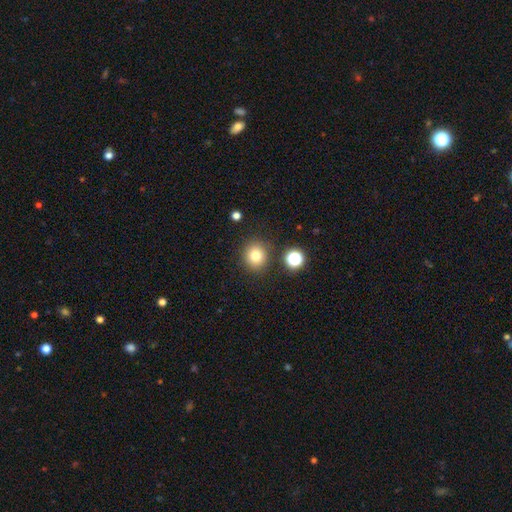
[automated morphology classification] Overall: smooth (79%). How rounded: round (86%). Merging: none (84%).